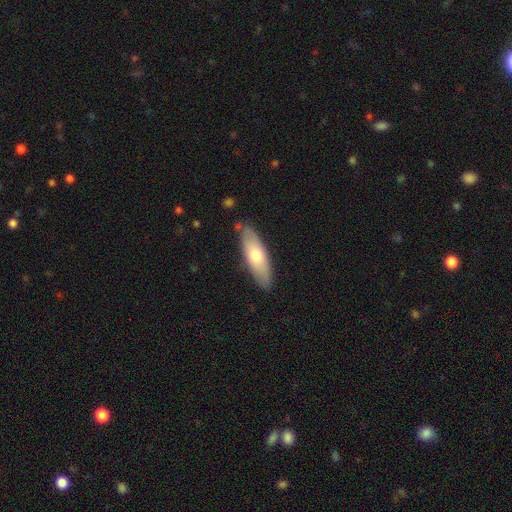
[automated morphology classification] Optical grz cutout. It shows a smooth galaxy with no disk features (62%) that is in between round and cigar-shaped (58%). Merging: none (82%).